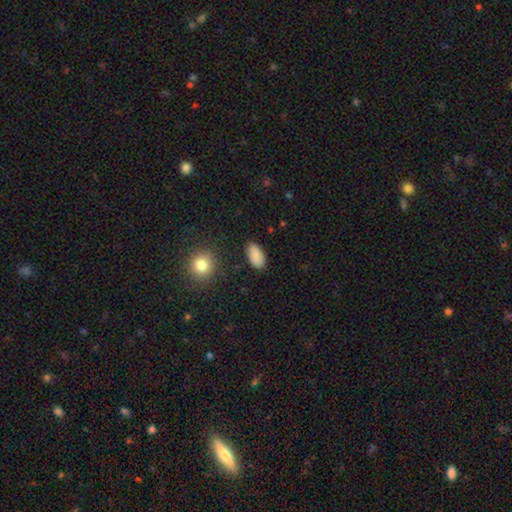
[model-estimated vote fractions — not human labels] Q: Smooth or featured?
A: smooth (86%); runner-up: star or artifact (8%)
Q: How rounded?
A: in between (93%); runner-up: round (4%)
Q: Merging?
A: none (84%); runner-up: minor disturbance (12%)